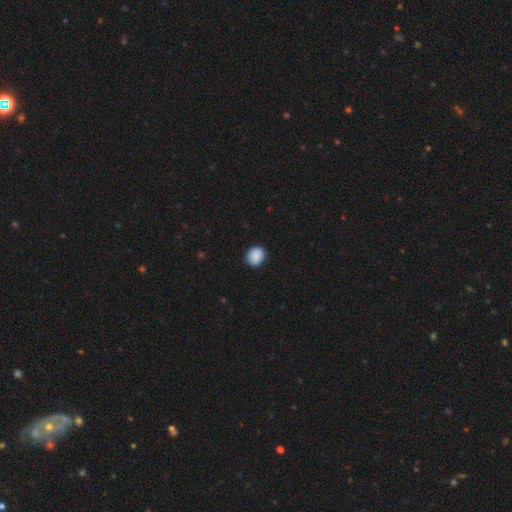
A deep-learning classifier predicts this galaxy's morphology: smooth-or-featured: smooth: 87% | star or artifact: 8% | featured or disk: 5%
  how-rounded: round: 72% | in between: 27% | cigar-shaped: 1%
  merging: none: 83% | minor disturbance: 14% | major disturbance: 2% | merger: 1%